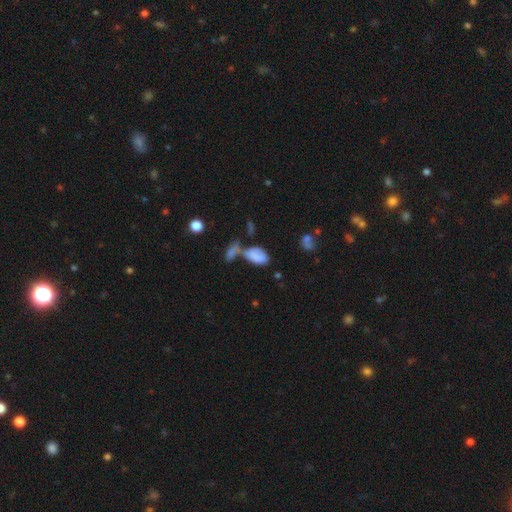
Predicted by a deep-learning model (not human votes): smooth-or-featured: smooth: 76% | featured or disk: 15% | star or artifact: 9%
  how-rounded: in between: 92% | round: 4% | cigar-shaped: 3%
  merging: merger: 45% | none: 31% | minor disturbance: 14% | major disturbance: 10%